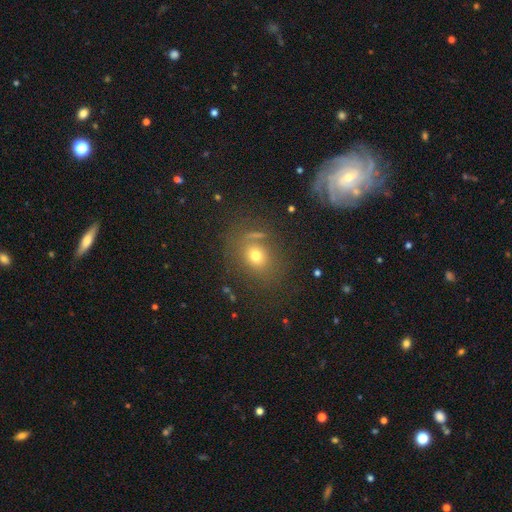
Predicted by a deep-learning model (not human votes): Smooth or featured? Predicted: smooth (p=0.66). How rounded? Predicted: round (p=0.61). Merging? Predicted: none (p=0.74).